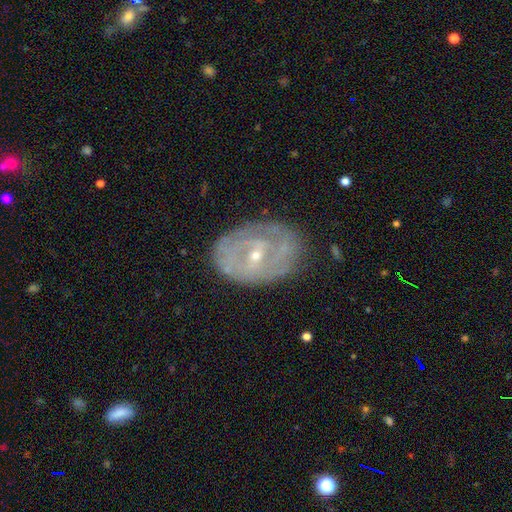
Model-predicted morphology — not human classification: type=featured or disk (79%); edge-on=no (95%); bar=weak (47%); spiral arms=yes (74%); winding=tight (60%); arm count=can't tell (42%); bulge=small (68%); merging=none (70%).